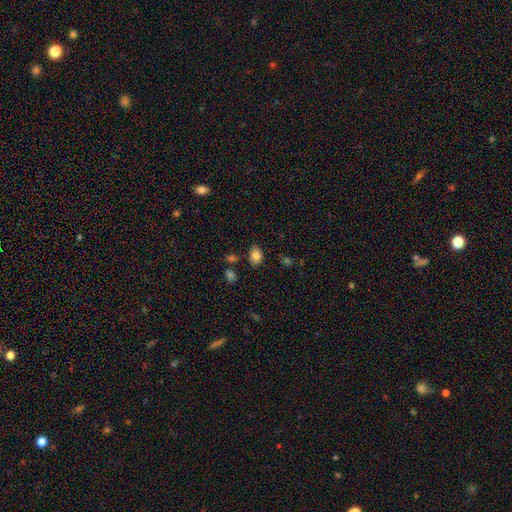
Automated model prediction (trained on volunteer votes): Smooth or featured: smooth — 82% (star or artifact — 9%)
How rounded: in between — 74% (round — 25%)
Merging: none — 79% (minor disturbance — 14%)